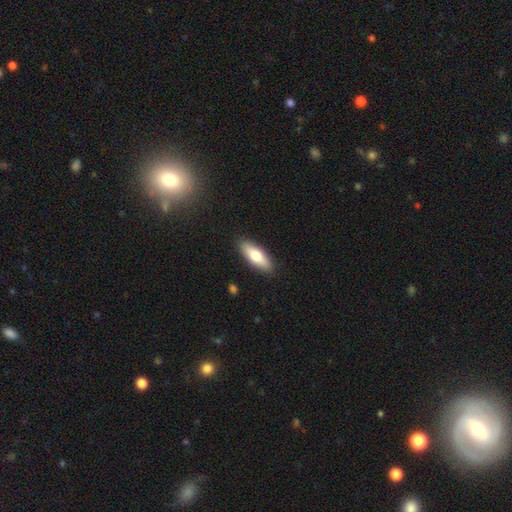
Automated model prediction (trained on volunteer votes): Smooth or featured?
  - smooth: 71% *
  - featured or disk: 23%
  - star or artifact: 6%
How rounded?
  - in between: 65% *
  - cigar-shaped: 33%
  - round: 2%
Merging?
  - none: 89% *
  - minor disturbance: 8%
  - major disturbance: 2%
  - merger: 1%